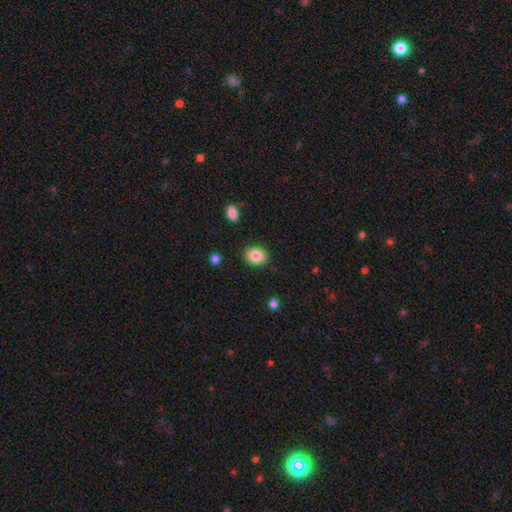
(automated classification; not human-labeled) Smooth or featured? smooth (86%)
How rounded? in between (53%)
Merging? none (88%)